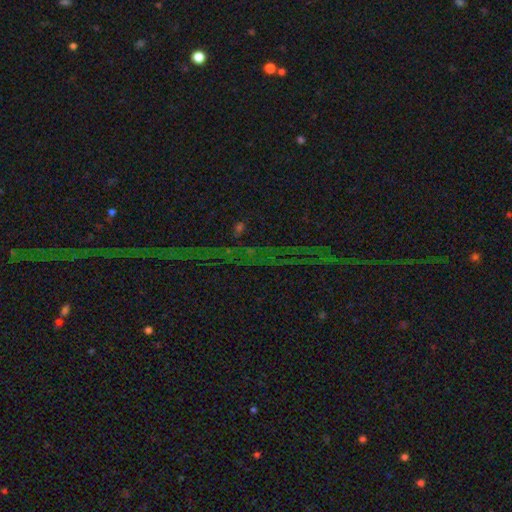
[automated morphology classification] The model was most divided on "smooth or featured": star or artifact: 83%, featured or disk: 9%, smooth: 8%.